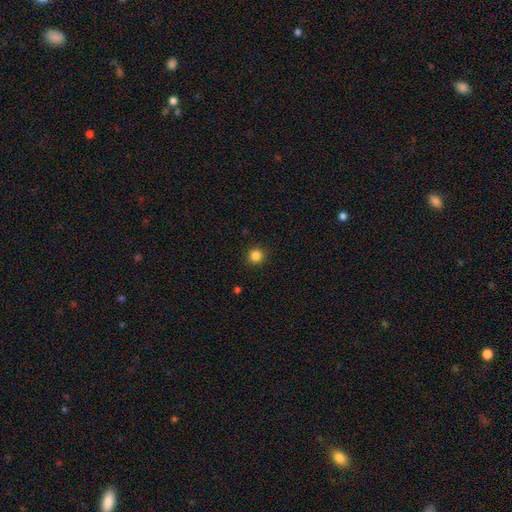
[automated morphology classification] Smooth or featured? smooth (85%)
How rounded? round (93%)
Merging? none (91%)